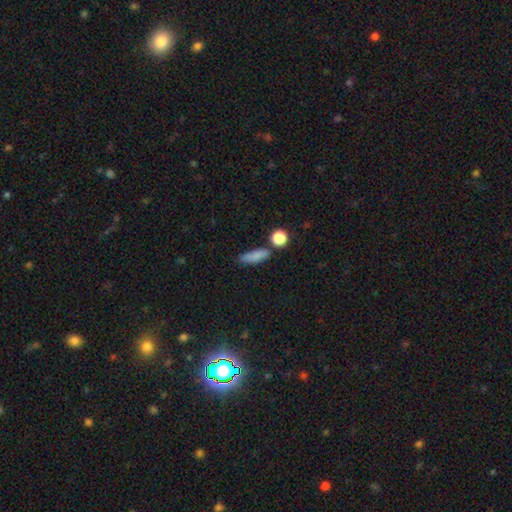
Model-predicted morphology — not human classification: A smooth galaxy with no disk features (81%) that is cigar-shaped (57%).

Vote fractions:
- Smooth or featured? smooth: 81% / star or artifact: 11% / featured or disk: 9%
- How rounded? cigar-shaped: 57% / in between: 36% / round: 7%
- Merging? none: 73% / minor disturbance: 16% / merger: 7% / major disturbance: 5%